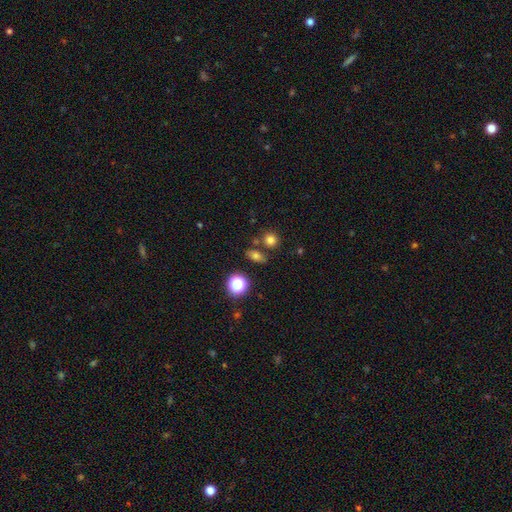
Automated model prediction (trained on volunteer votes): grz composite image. It shows a smooth galaxy with no disk features (69%) that is in between round and cigar-shaped (57%). Merging: none (75%).